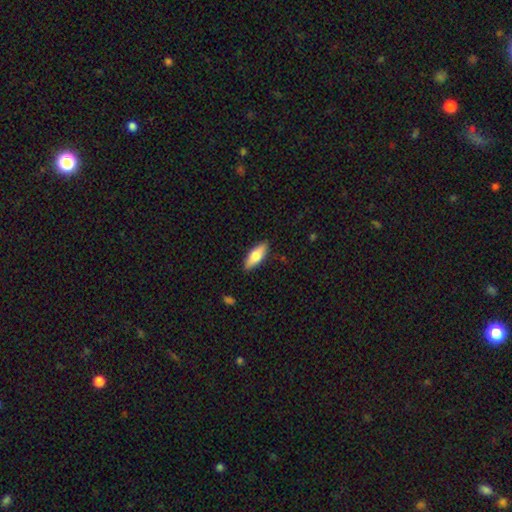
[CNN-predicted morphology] This appears to be a smooth galaxy with no disk features (69%) that is in between round and cigar-shaped (68%). Merging: none (88%).